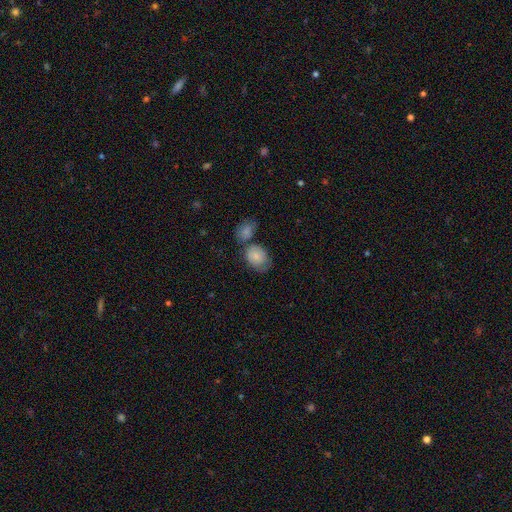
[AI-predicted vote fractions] Q: Smooth or featured?
A: smooth (78%); runner-up: featured or disk (15%)
Q: How rounded?
A: in between (67%); runner-up: round (32%)
Q: Merging?
A: none (38%); runner-up: merger (32%)